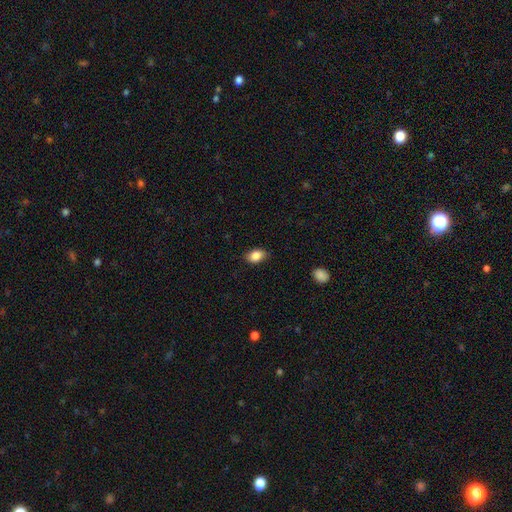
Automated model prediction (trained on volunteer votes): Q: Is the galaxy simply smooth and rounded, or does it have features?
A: smooth — 86%.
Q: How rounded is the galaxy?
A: in between — 82%.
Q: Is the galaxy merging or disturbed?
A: none — 82%.